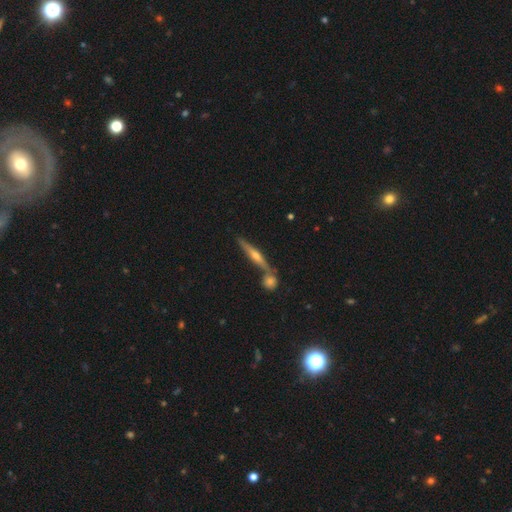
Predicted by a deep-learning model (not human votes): featured or disk 73%, smooth 20%, star or artifact 8%. Down the decision tree: edge-on disk — yes (97%); edge-on bulge — rounded (86%); merging — none (69%).